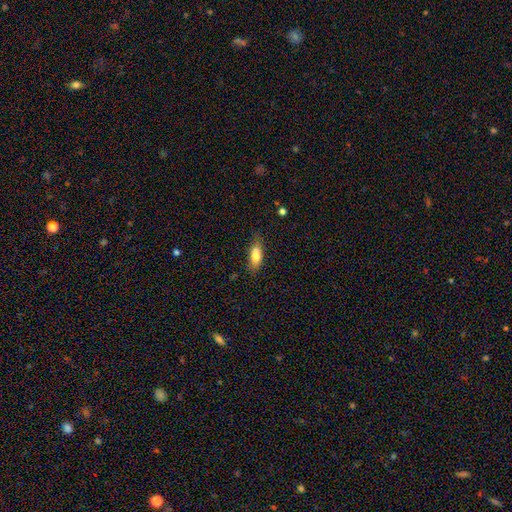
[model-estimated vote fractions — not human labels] smooth 76%, featured or disk 16%, star or artifact 8%. Down the decision tree: how rounded — in between (75%); merging — none (60%).